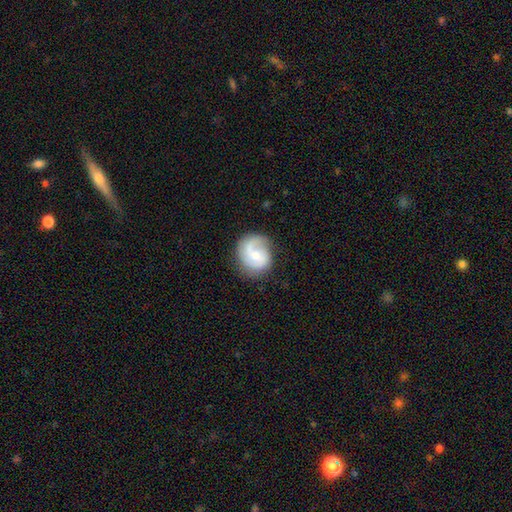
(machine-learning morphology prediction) Smooth or featured: featured or disk — 64% (smooth — 30%)
Edge-on disk: no — 98% (yes — 2%)
Bar: no — 59% (weak — 35%)
Spiral arms: yes — 88% (no — 12%)
Spiral winding: medium — 43% (loose — 31%)
Spiral arm count: 2 — 52% (1 — 34%)
Bulge size: moderate — 47% (small — 46%)
Merging: none — 66% (minor disturbance — 21%)